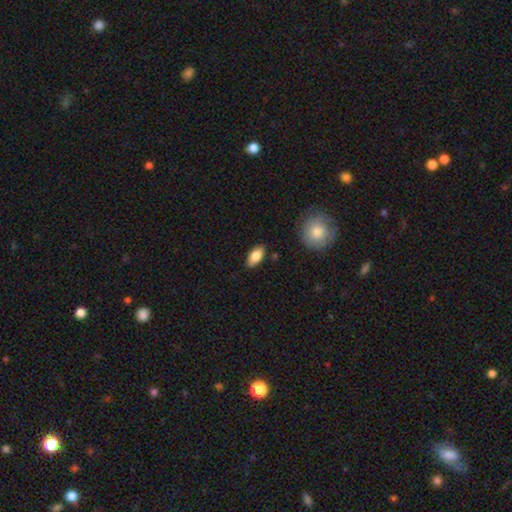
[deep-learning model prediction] Smooth or featured?
  - smooth: 82% *
  - featured or disk: 12%
  - star or artifact: 6%
How rounded?
  - in between: 89% *
  - cigar-shaped: 8%
  - round: 3%
Merging?
  - none: 84% *
  - minor disturbance: 12%
  - major disturbance: 2%
  - merger: 2%